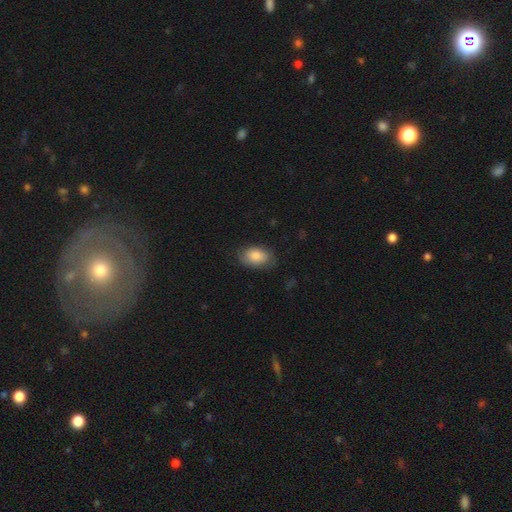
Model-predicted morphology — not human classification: smooth-or-featured: smooth: 77% | featured or disk: 16% | star or artifact: 7%
  how-rounded: in between: 90% | round: 9% | cigar-shaped: 1%
  merging: none: 71% | minor disturbance: 22% | major disturbance: 6% | merger: 1%